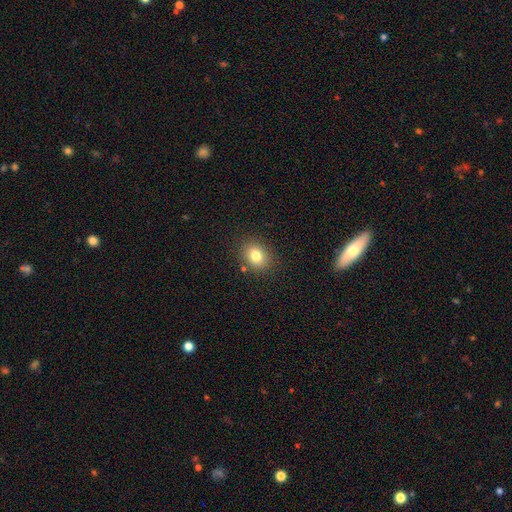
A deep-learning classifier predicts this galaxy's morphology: Smooth or featured: smooth — 79% (star or artifact — 12%)
How rounded: round — 55% (in between — 44%)
Merging: none — 85% (minor disturbance — 9%)